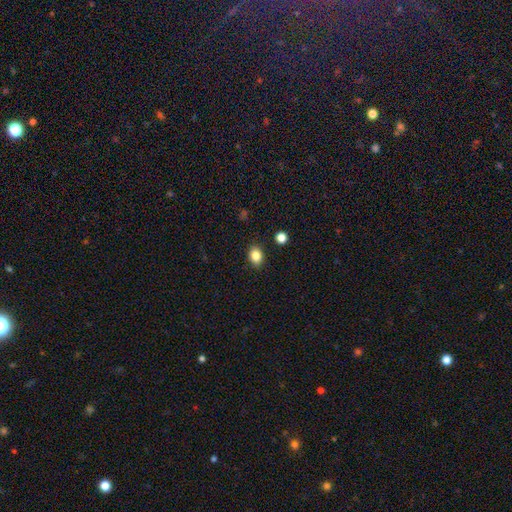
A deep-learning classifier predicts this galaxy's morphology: smooth_or_featured: smooth (p=0.84) [alt: star or artifact p=0.10]
how_rounded: in between (p=0.66) [alt: round p=0.32]
merging: none (p=0.88) [alt: minor disturbance p=0.08]